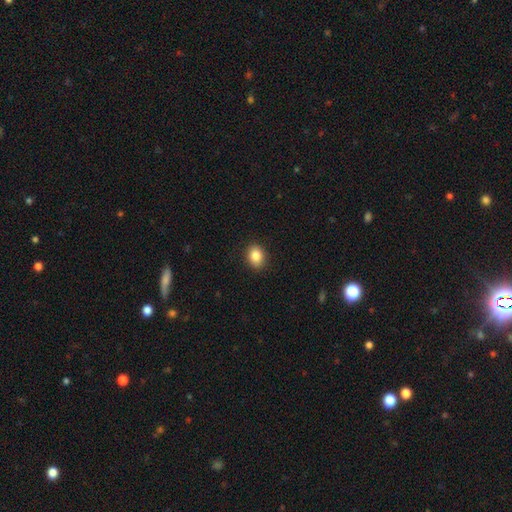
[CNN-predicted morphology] Overall: smooth (86%). How rounded: in between (62%; round 37%). Merging: none (90%).